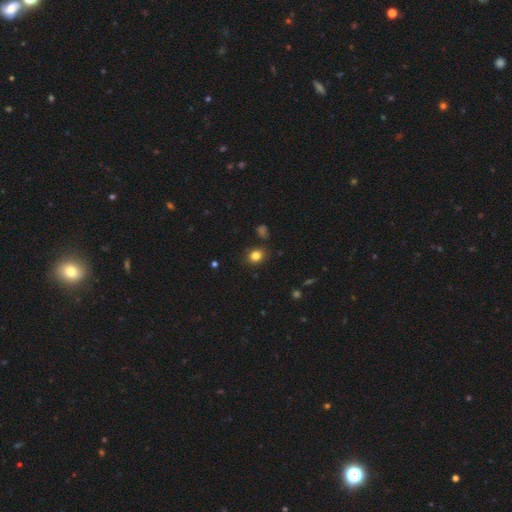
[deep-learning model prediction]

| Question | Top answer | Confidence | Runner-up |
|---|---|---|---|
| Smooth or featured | smooth | 82% | star or artifact (12%) |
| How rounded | round | 58% | in between (41%) |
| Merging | none | 83% | minor disturbance (12%) |